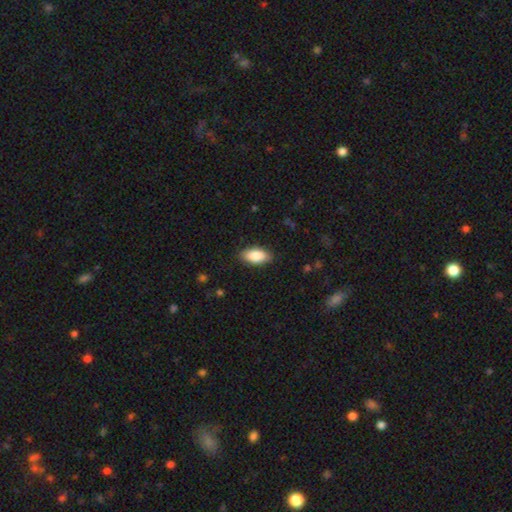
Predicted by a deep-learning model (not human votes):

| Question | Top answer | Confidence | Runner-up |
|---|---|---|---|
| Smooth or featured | smooth | 86% | featured or disk (8%) |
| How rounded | in between | 91% | cigar-shaped (6%) |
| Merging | none | 86% | minor disturbance (10%) |